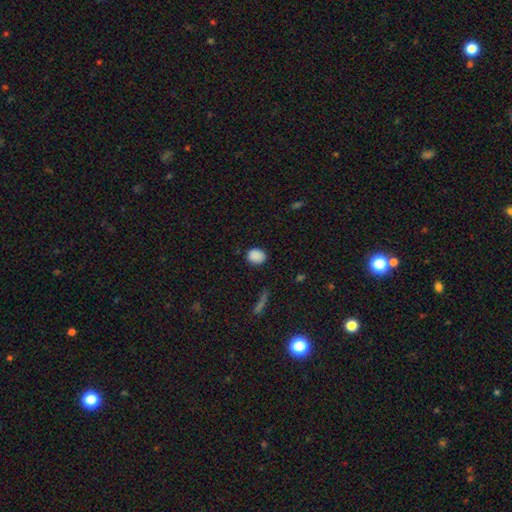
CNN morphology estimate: smooth-or-featured: smooth: 88% | star or artifact: 9% | featured or disk: 4%
  how-rounded: round: 61% | in between: 37% | cigar-shaped: 1%
  merging: none: 85% | minor disturbance: 11% | major disturbance: 3% | merger: 2%